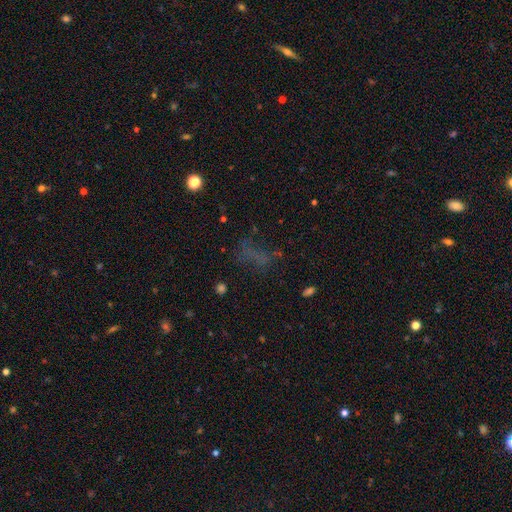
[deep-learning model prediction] A star or artifact, not a galaxy (41%).

Vote fractions:
- Smooth or featured? star or artifact: 41% / smooth: 35% / featured or disk: 23%